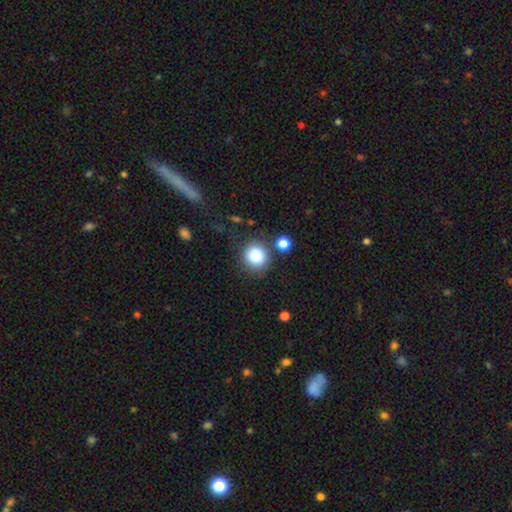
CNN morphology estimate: This is clearly a smooth galaxy (86%). How rounded: clearly round (89%). Merging: likely none (77%).